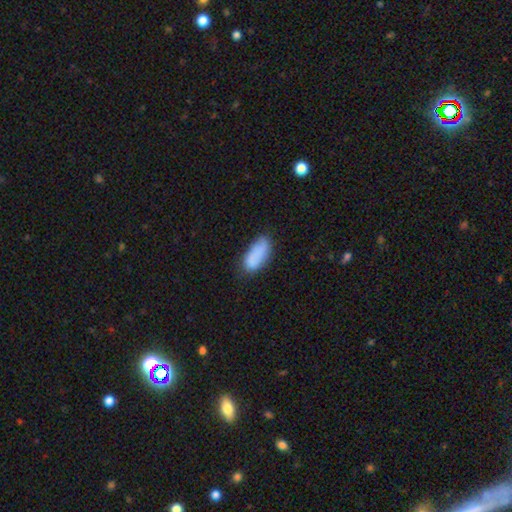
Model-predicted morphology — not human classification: Q: Smooth or featured?
A: smooth (83%); runner-up: featured or disk (10%)
Q: How rounded?
A: in between (86%); runner-up: cigar-shaped (12%)
Q: Merging?
A: none (63%); runner-up: minor disturbance (27%)